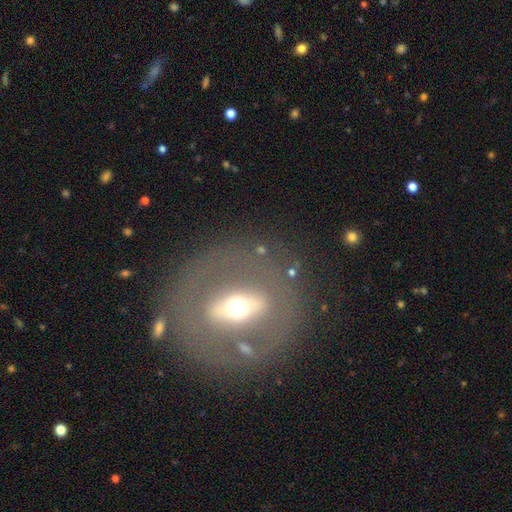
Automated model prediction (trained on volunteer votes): Smooth or featured: featured or disk — 61% (smooth — 30%)
Edge-on disk: no — 86% (yes — 14%)
Bar: strong — 37% (weak — 32%)
Spiral arms: no — 84% (yes — 16%)
Bulge size: moderate — 61% (small — 25%)
Merging: none — 79% (minor disturbance — 11%)